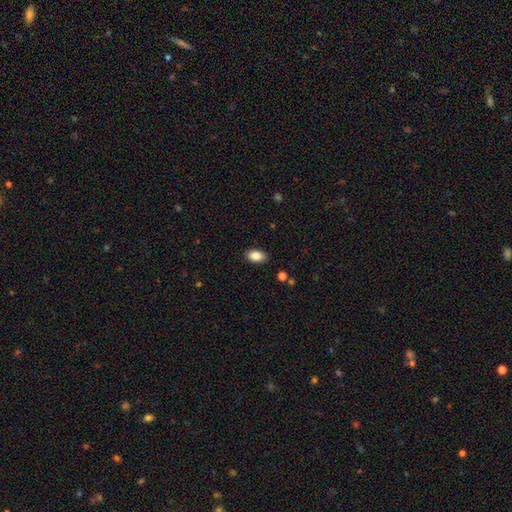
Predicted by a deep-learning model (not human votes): This is clearly a smooth galaxy (87%). How rounded: clearly in between (91%). Merging: clearly none (88%).